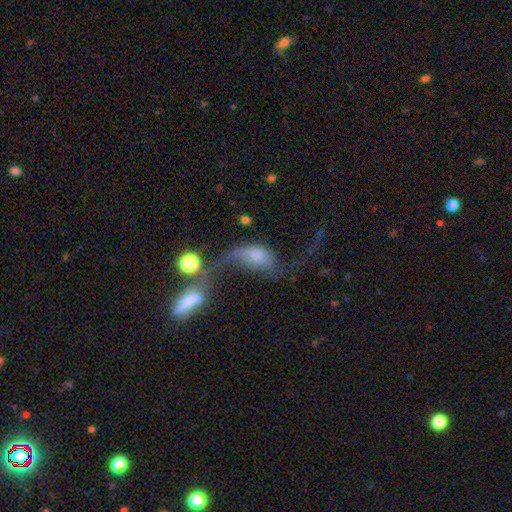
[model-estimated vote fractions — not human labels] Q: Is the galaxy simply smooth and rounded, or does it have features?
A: featured or disk — 45%.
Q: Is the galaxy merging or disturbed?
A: merger — 40%.